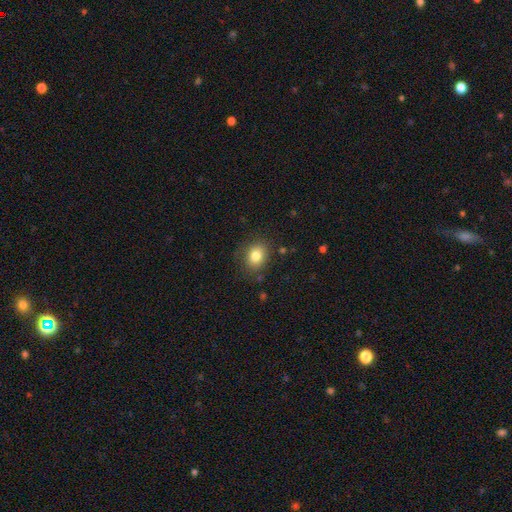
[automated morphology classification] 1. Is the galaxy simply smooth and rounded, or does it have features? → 81% smooth, 11% star or artifact, 9% featured or disk.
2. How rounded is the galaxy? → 51% round, 48% in between, 1% cigar-shaped.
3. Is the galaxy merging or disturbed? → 83% none, 12% minor disturbance, 4% major disturbance, 2% merger.